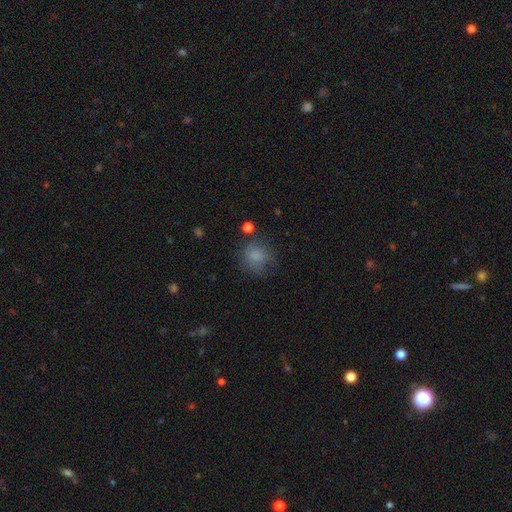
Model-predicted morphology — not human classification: Smooth or featured? smooth (78%)
How rounded? round (77%)
Merging? none (60%)